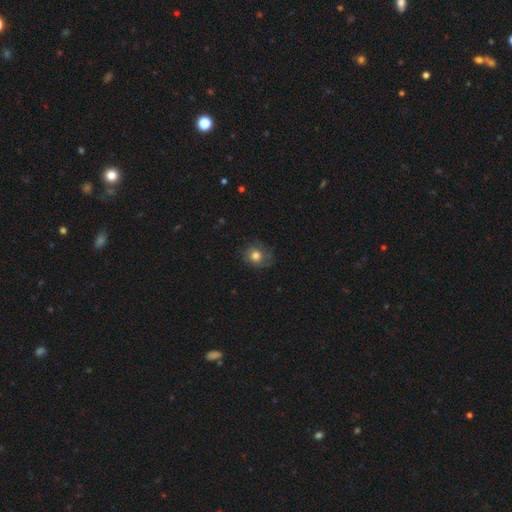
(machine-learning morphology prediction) Q: Smooth or featured?
A: smooth (67%); runner-up: featured or disk (23%)
Q: How rounded?
A: round (77%); runner-up: in between (22%)
Q: Merging?
A: none (68%); runner-up: minor disturbance (21%)